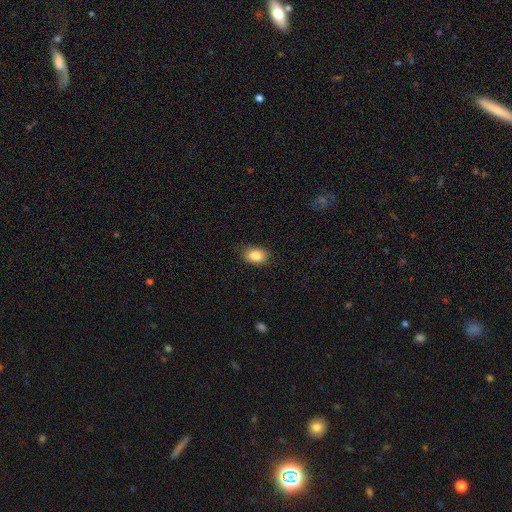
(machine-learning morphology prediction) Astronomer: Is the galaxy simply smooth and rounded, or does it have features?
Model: smooth — 85%.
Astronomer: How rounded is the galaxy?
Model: in between — 78%.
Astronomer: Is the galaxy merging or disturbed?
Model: none — 85%.